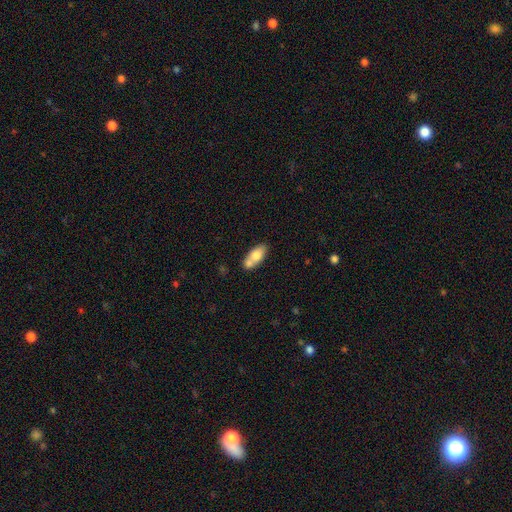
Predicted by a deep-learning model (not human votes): Smooth or featured? smooth (71%)
How rounded? in between (84%)
Merging? none (45%)